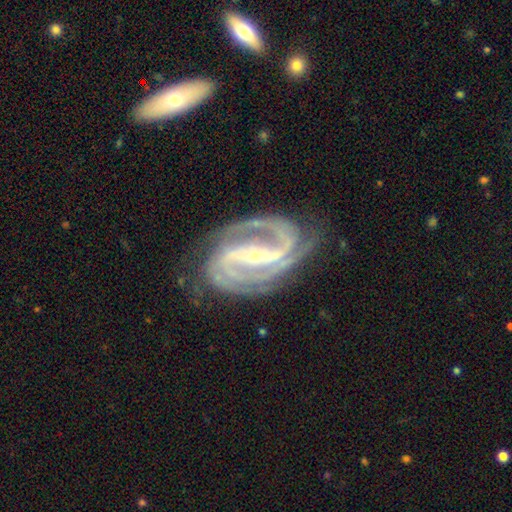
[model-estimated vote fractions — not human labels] featured or disk 93%, star or artifact 5%, smooth 3%. Down the decision tree: edge-on disk — no (97%); bar — strong (68%); spiral arms — yes (98%); spiral arm count — 2 (56%); spiral winding — tight (48%); bulge size — small (74%); merging — none (72%).